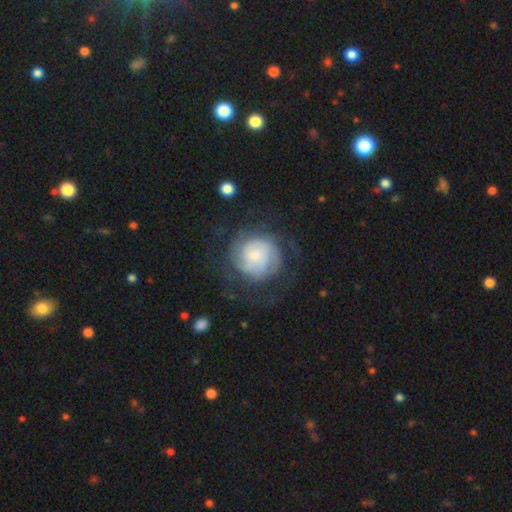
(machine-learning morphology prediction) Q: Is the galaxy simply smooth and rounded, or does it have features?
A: featured or disk — 63%.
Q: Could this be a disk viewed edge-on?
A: no — 98%.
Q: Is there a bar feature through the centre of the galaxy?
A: no — 74%.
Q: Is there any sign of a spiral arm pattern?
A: yes — 88%.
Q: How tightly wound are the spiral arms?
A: tight — 56%.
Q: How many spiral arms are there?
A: can't tell — 38%.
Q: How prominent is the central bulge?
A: small — 60%.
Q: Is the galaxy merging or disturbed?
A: none — 64%.